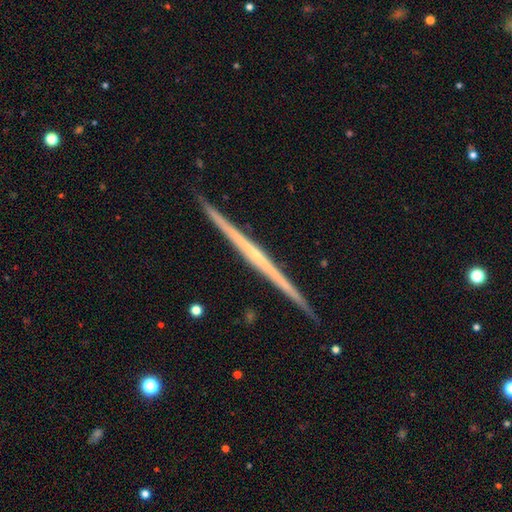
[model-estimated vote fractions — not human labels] featured or disk 78%, smooth 16%, star or artifact 5%. Down the decision tree: edge-on disk — yes (99%); edge-on bulge — none (71%); merging — none (92%).